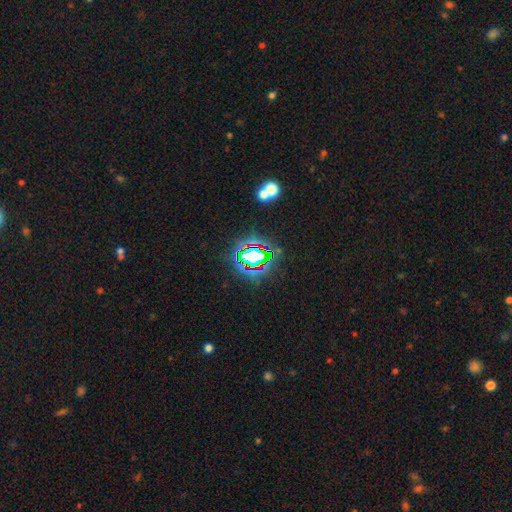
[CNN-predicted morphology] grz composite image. It shows a star or artifact, not a galaxy (66%).